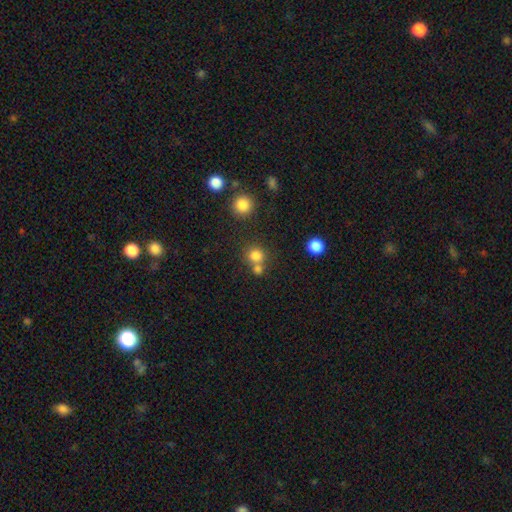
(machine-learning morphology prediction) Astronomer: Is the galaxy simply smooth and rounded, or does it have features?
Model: smooth — 79%.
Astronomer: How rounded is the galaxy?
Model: round — 89%.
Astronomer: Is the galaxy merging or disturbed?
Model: none — 58%.